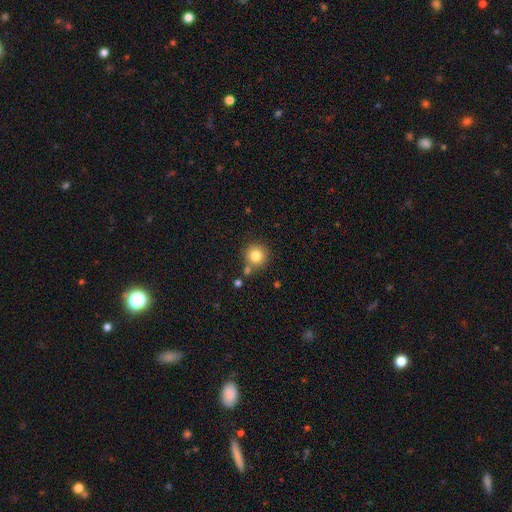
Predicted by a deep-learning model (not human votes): smooth_or_featured: smooth (p=0.81) [alt: star or artifact p=0.11]
how_rounded: round (p=0.94) [alt: in between p=0.05]
merging: none (p=0.75) [alt: merger p=0.12]